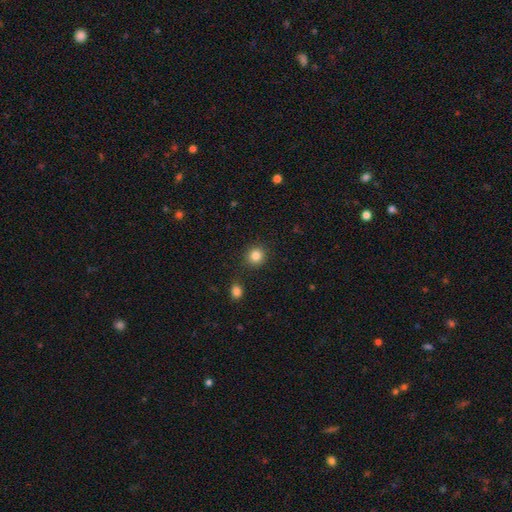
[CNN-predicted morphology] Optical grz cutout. It shows a smooth galaxy with no disk features (84%) that is round (90%). Merging: none (88%).